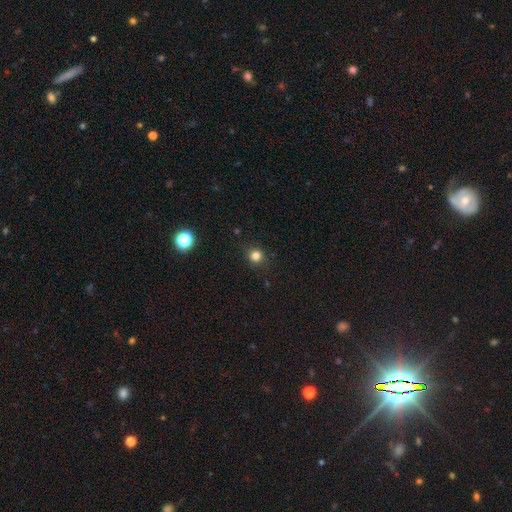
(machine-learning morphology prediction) smooth-or-featured: smooth: 81% | star or artifact: 15% | featured or disk: 4%
  how-rounded: round: 88% | in between: 11% | cigar-shaped: 1%
  merging: none: 86% | minor disturbance: 10% | major disturbance: 3% | merger: 1%